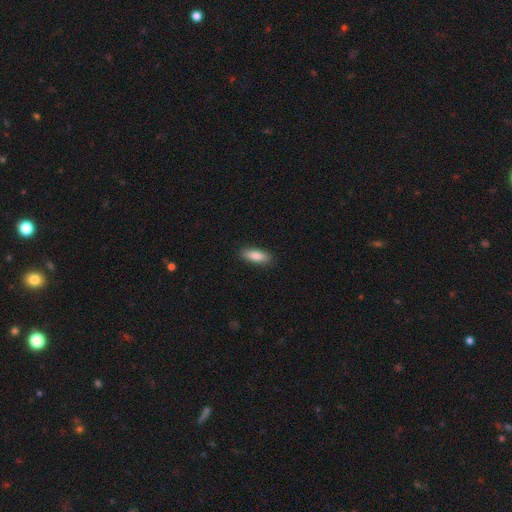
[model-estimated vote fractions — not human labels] smooth 85%, featured or disk 9%, star or artifact 6%. Down the decision tree: how rounded — in between (65%); merging — none (89%).